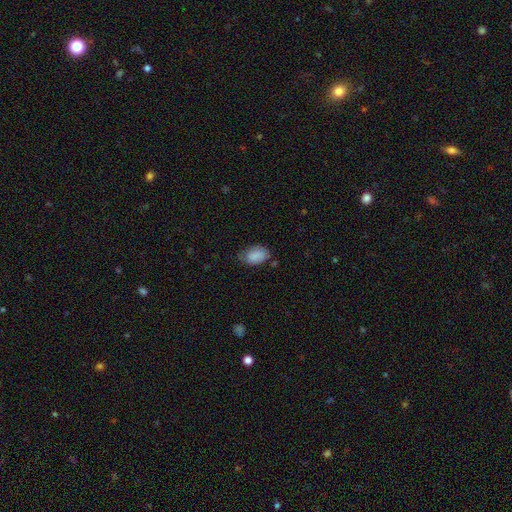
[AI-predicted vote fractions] Q: Smooth or featured?
A: smooth (83%); runner-up: featured or disk (9%)
Q: How rounded?
A: in between (88%); runner-up: round (10%)
Q: Merging?
A: none (62%); runner-up: minor disturbance (29%)